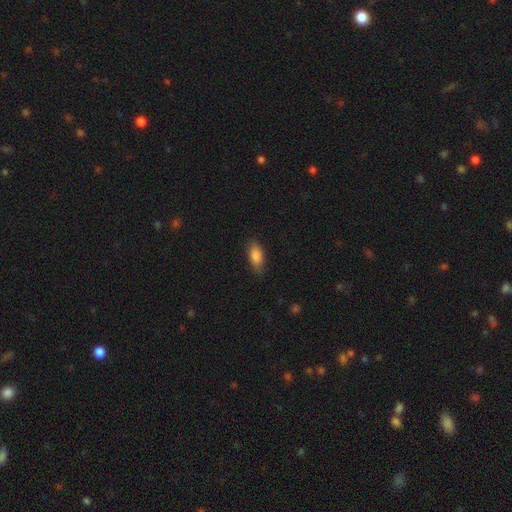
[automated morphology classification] Smooth or featured? Predicted: smooth (p=0.86). How rounded? Predicted: in between (p=0.86). Merging? Predicted: none (p=0.82).